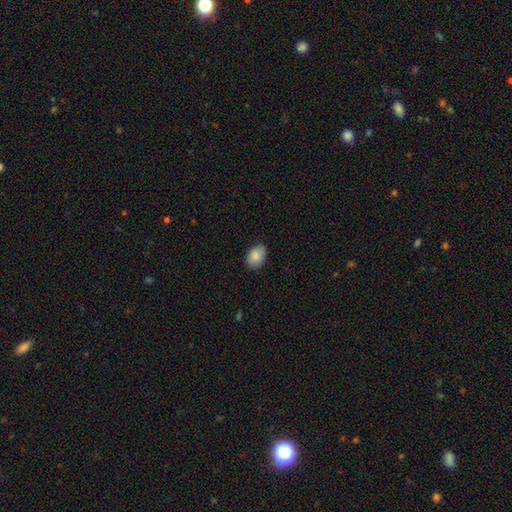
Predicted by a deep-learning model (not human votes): Smooth or featured: smooth — 87% (star or artifact — 7%)
How rounded: in between — 82% (round — 17%)
Merging: none — 79% (minor disturbance — 18%)